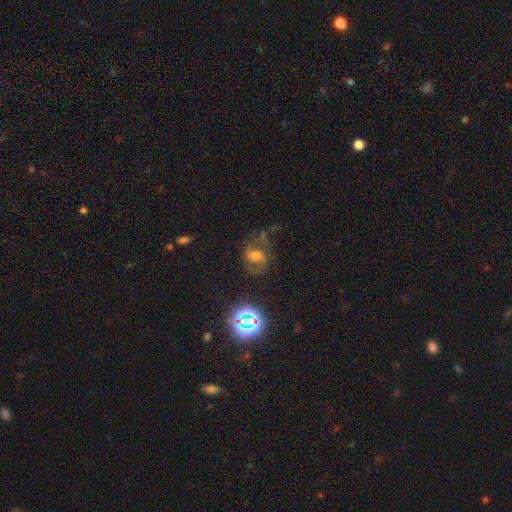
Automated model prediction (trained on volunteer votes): Smooth or featured?
  - featured or disk: 42% *
  - smooth: 32%
  - star or artifact: 26%
Merging?
  - none: 58% *
  - minor disturbance: 21%
  - major disturbance: 17%
  - merger: 5%